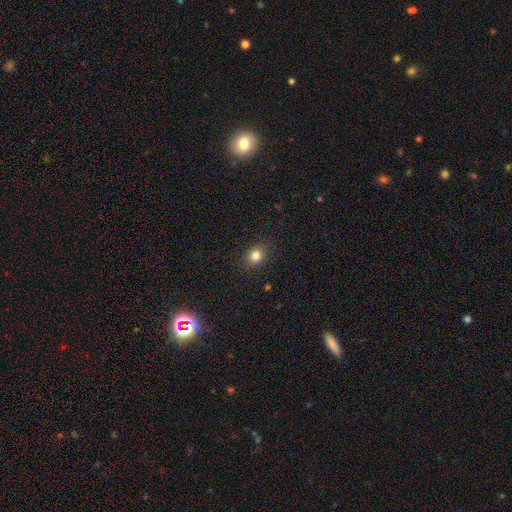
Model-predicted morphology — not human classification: type=smooth (82%); roundness=round (64%); merging=none (89%).